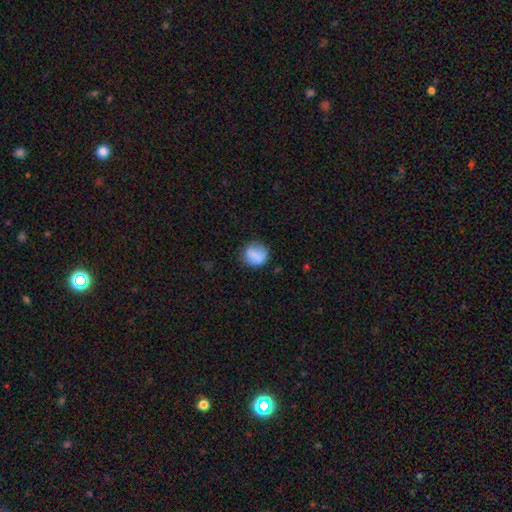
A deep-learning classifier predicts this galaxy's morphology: type=smooth (84%); roundness=round (79%); merging=none (75%).